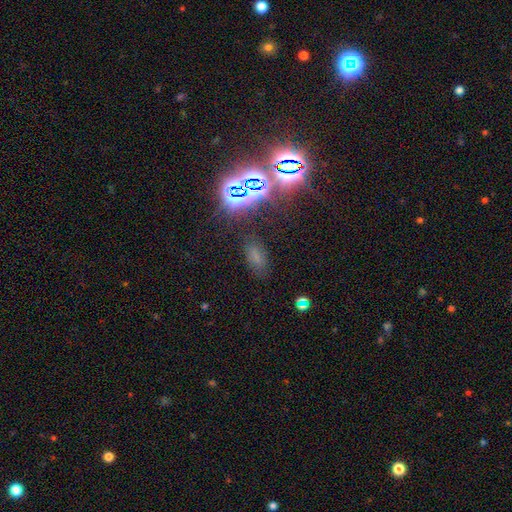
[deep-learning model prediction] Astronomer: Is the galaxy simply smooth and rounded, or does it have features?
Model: smooth — 50% (runner-up: star or artifact, 39%).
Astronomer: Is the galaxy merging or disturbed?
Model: none — 75%.